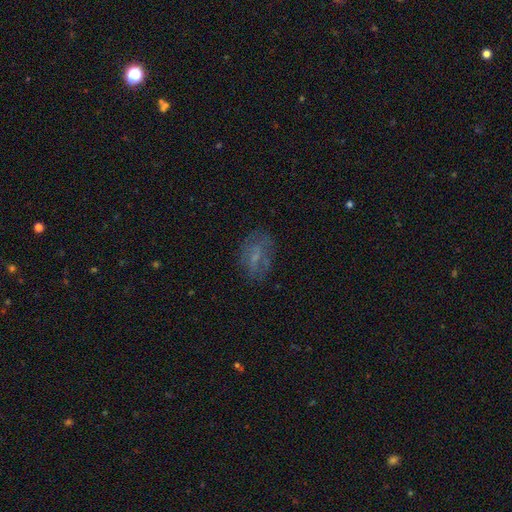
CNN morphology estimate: A smooth galaxy with no disk features (45%).

Vote fractions:
- Smooth or featured? smooth: 45% / featured or disk: 41% / star or artifact: 15%
- Merging? none: 63% / minor disturbance: 20% / major disturbance: 14% / merger: 2%